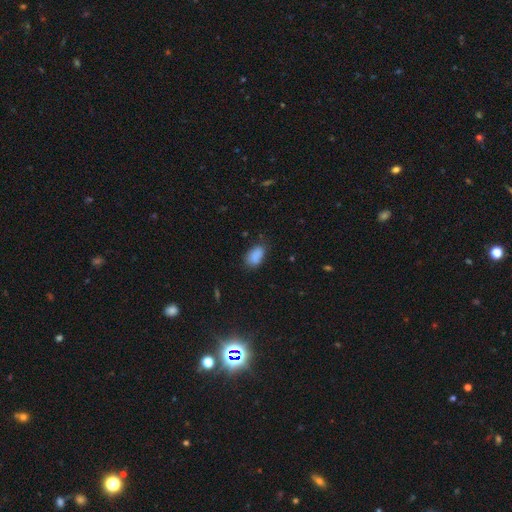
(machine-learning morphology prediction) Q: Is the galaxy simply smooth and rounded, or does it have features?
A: smooth — 87%.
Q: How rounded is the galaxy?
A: in between — 90%.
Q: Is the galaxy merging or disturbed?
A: none — 71%.